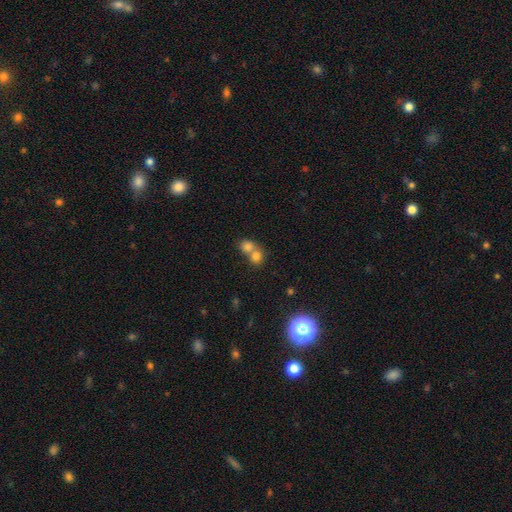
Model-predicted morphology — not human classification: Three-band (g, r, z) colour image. It shows a smooth galaxy with no disk features (74%) that is round (77%). Merging: merger (62%).